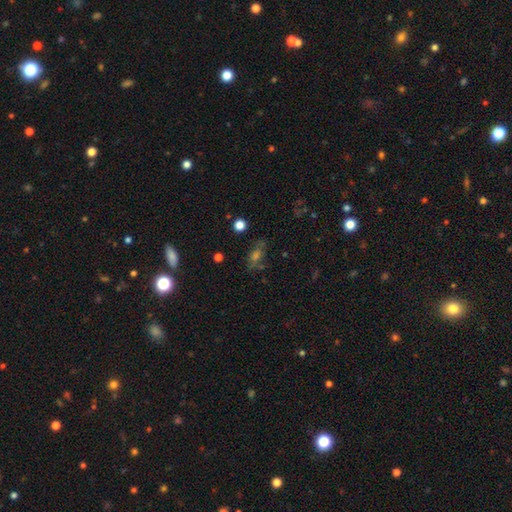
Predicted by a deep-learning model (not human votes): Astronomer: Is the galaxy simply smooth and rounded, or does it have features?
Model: smooth — 36% (runner-up: featured or disk, 32%).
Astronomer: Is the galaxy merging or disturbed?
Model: none — 68%.